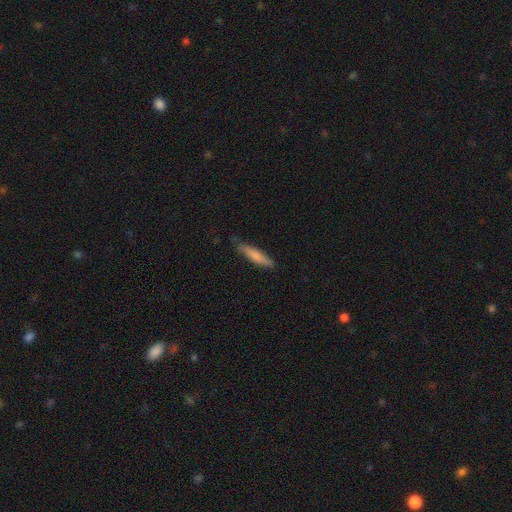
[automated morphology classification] This is likely a smooth galaxy (77%). How rounded: clearly cigar-shaped (85%). Merging: likely none (79%).